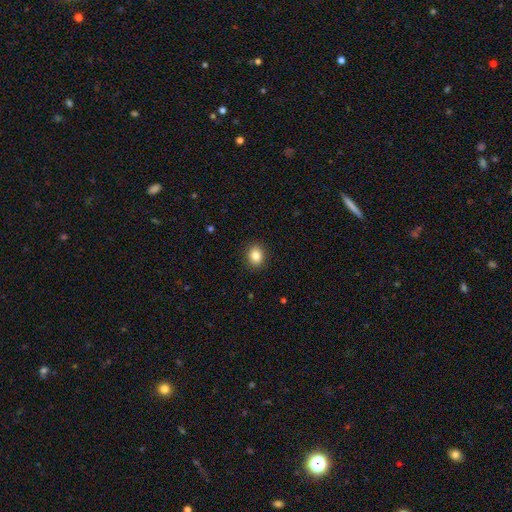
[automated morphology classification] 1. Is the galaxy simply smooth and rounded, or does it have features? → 85% smooth, 10% star or artifact, 5% featured or disk.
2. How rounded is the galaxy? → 61% round, 38% in between, 1% cigar-shaped.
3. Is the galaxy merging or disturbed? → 90% none, 7% minor disturbance, 2% major disturbance, 1% merger.